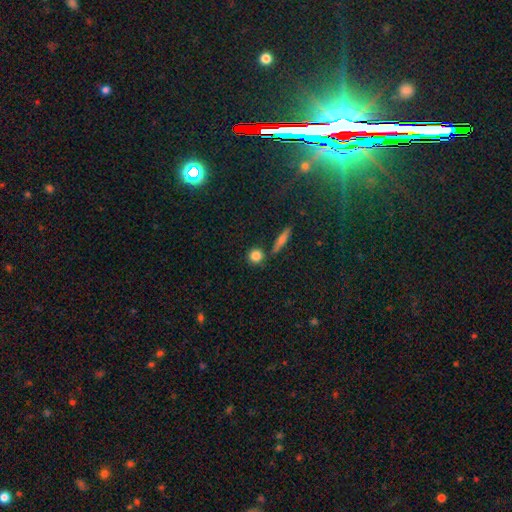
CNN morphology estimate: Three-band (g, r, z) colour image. It shows a smooth galaxy with no disk features (82%) that is round (88%). Merging: none (78%).